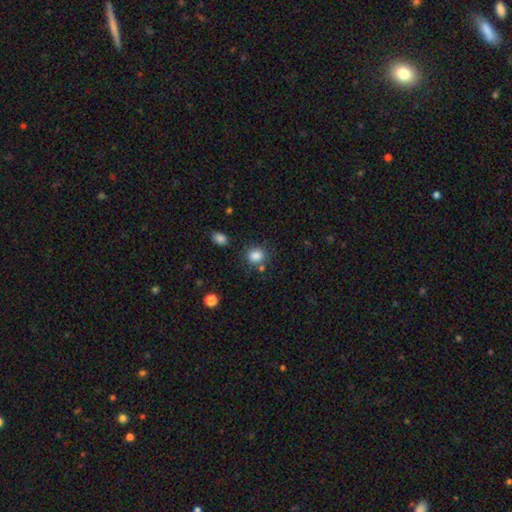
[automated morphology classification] smooth 85%, star or artifact 11%, featured or disk 5%. Down the decision tree: how rounded — round (61%); merging — none (74%).